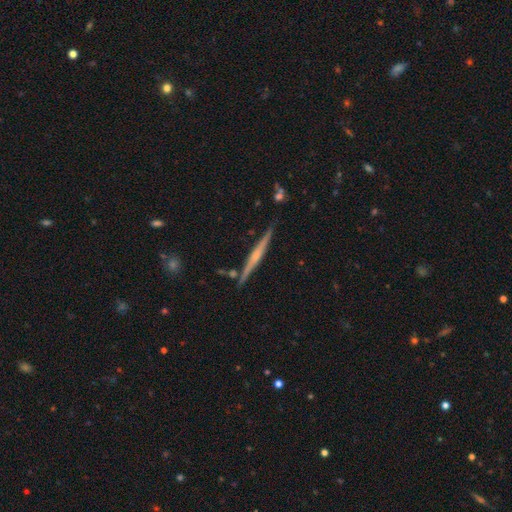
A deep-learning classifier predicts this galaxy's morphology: This is likely a featured or disk galaxy (72%). It is clearly viewed edge-on (98%). Edge-on bulge: possibly rounded (58%). Merging: clearly none (88%).